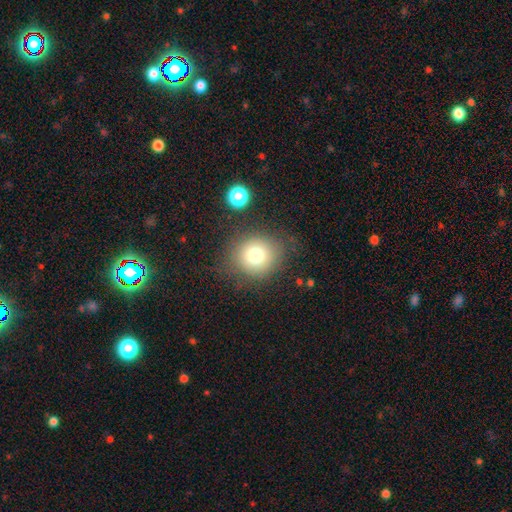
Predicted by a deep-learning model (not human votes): A smooth galaxy with no disk features (74%) that is round (83%). Merging: none (77%).